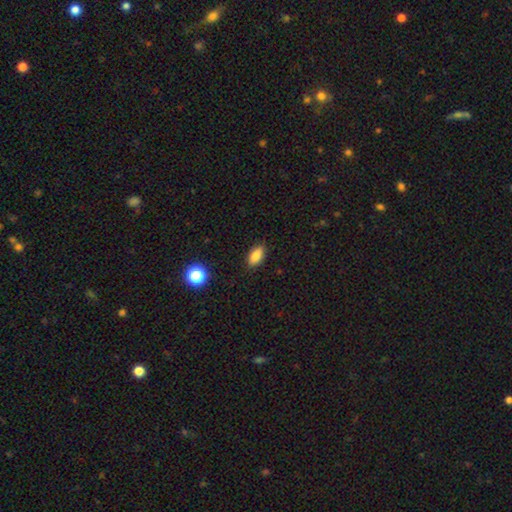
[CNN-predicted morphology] A smooth galaxy with no disk features (84%) that is in between round and cigar-shaped (88%).

Vote fractions:
- Smooth or featured? smooth: 84% / star or artifact: 9% / featured or disk: 6%
- How rounded? in between: 88% / cigar-shaped: 8% / round: 5%
- Merging? none: 88% / minor disturbance: 9% / major disturbance: 2% / merger: 1%